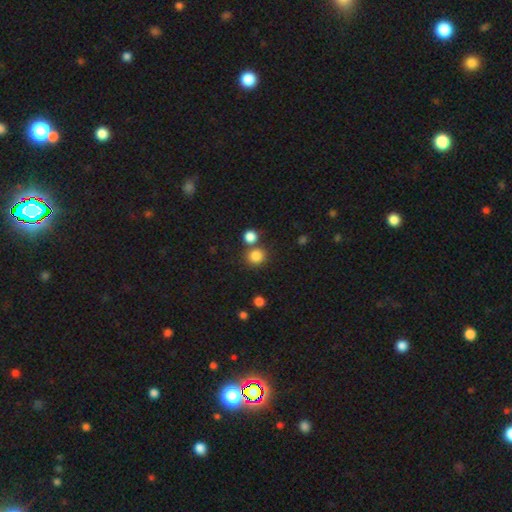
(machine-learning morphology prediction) smooth_or_featured: smooth (p=0.84) [alt: star or artifact p=0.12]
how_rounded: round (p=0.87) [alt: in between p=0.12]
merging: none (p=0.69) [alt: merger p=0.20]